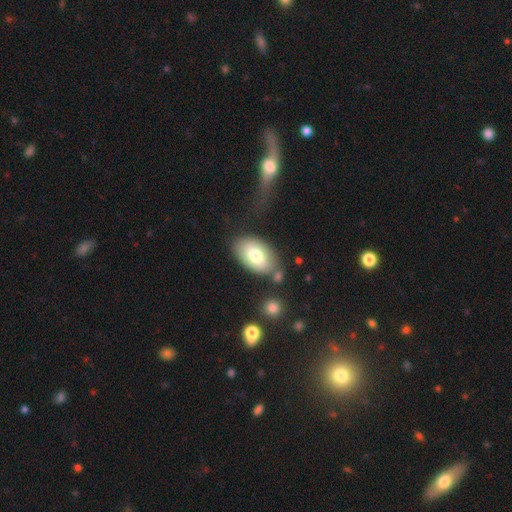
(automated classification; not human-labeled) This appears to be a smooth galaxy with no disk features (74%) that is in between round and cigar-shaped (93%). Merging: none (70%).